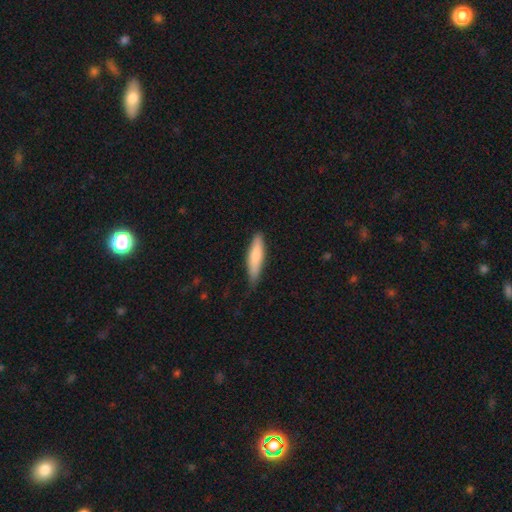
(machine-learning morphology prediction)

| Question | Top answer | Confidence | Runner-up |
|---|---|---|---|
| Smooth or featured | smooth | 77% | featured or disk (18%) |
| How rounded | cigar-shaped | 74% | in between (24%) |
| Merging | none | 74% | minor disturbance (22%) |